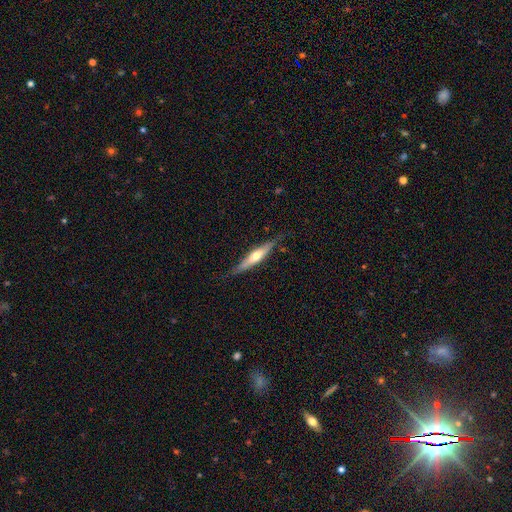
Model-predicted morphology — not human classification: Q: Smooth or featured?
A: featured or disk (59%); runner-up: smooth (36%)
Q: Edge-on disk?
A: yes (93%); runner-up: no (7%)
Q: Edge-on bulge?
A: rounded (85%); runner-up: none (9%)
Q: Merging?
A: none (80%); runner-up: minor disturbance (15%)